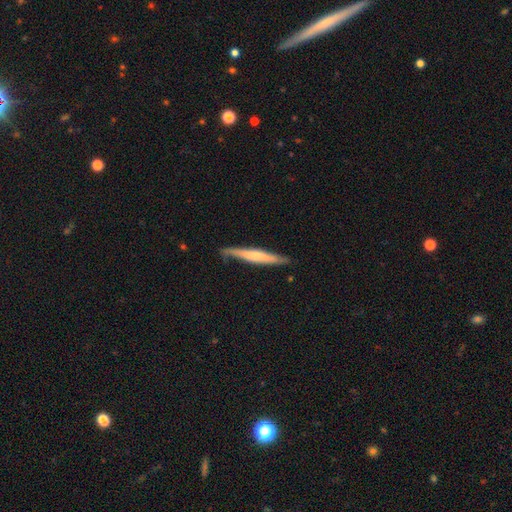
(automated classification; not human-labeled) This is possibly a smooth galaxy (48%). Merging: likely none (77%).